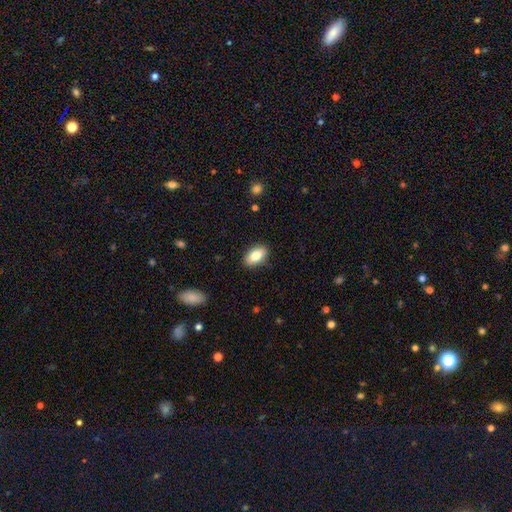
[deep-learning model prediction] Smooth or featured: smooth — 83% (featured or disk — 10%)
How rounded: in between — 91% (round — 5%)
Merging: none — 88% (minor disturbance — 9%)